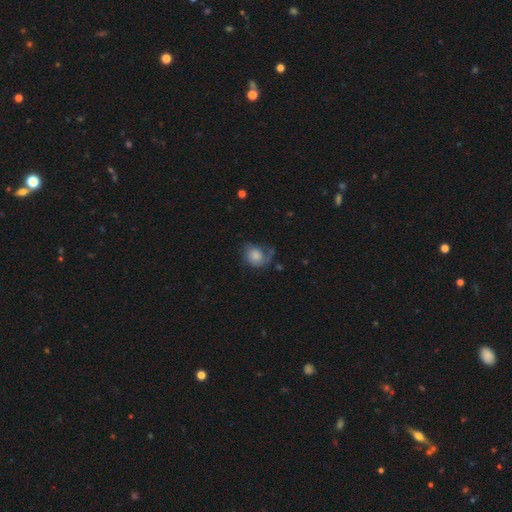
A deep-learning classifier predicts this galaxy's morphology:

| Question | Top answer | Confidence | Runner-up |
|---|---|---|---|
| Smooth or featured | smooth | 76% | featured or disk (16%) |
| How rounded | round | 60% | in between (39%) |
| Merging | none | 44% | minor disturbance (31%) |